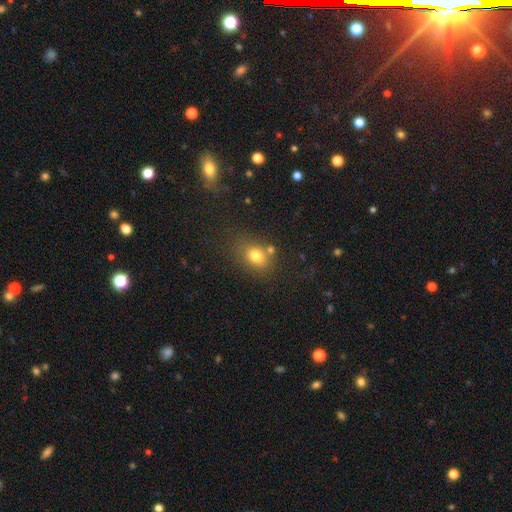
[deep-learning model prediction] smooth_or_featured: smooth (p=0.76) [alt: star or artifact p=0.14]
how_rounded: in between (p=0.52) [alt: round p=0.46]
merging: none (p=0.64) [alt: minor disturbance p=0.16]